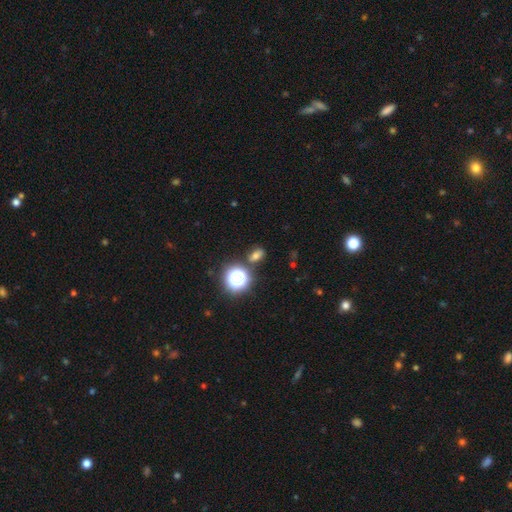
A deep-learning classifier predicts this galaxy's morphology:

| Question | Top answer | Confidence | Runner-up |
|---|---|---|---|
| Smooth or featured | smooth | 63% | star or artifact (27%) |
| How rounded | in between | 64% | round (34%) |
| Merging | none | 79% | minor disturbance (11%) |